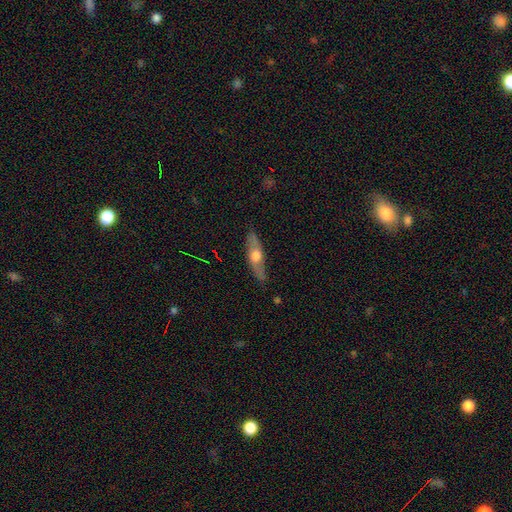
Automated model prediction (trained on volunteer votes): Smooth or featured: featured or disk — 55% (smooth — 39%)
Edge-on disk: yes — 79% (no — 21%)
Merging: none — 83% (minor disturbance — 13%)